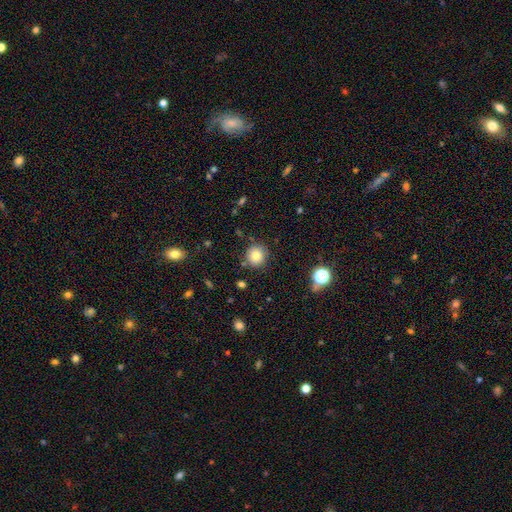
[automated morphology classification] smooth_or_featured: smooth (p=0.78) [alt: star or artifact p=0.13]
how_rounded: round (p=0.92) [alt: in between p=0.07]
merging: none (p=0.86) [alt: minor disturbance p=0.09]